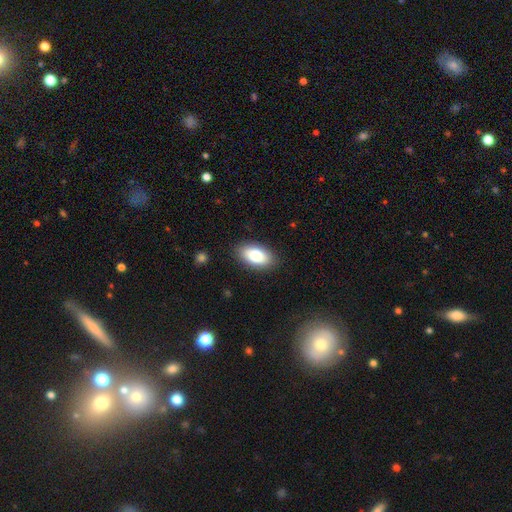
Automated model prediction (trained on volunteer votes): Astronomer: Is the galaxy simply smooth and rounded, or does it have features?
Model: smooth — 79%.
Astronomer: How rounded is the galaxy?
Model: in between — 92%.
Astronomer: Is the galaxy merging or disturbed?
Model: none — 88%.